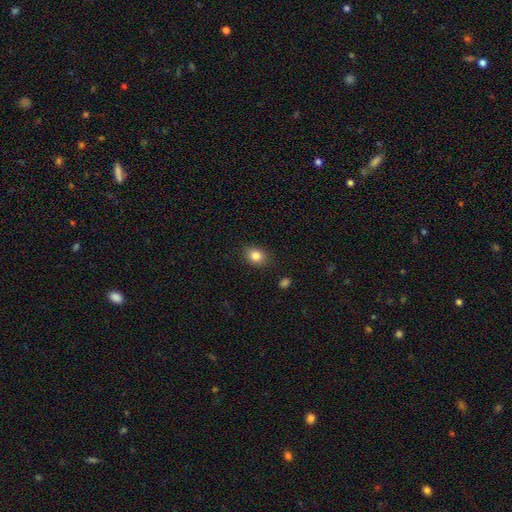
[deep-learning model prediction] smooth_or_featured: smooth (p=0.83) [alt: star or artifact p=0.10]
how_rounded: round (p=0.50) [alt: in between p=0.49]
merging: none (p=0.86) [alt: minor disturbance p=0.10]